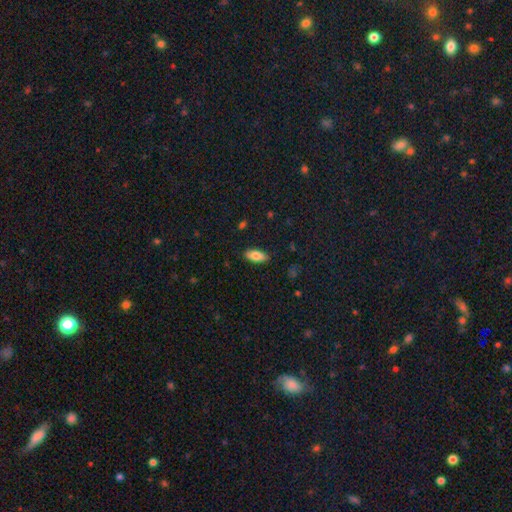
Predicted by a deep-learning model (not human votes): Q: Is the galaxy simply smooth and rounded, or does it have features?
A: smooth — 82%.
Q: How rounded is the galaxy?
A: in between — 87%.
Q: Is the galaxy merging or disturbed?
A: none — 86%.